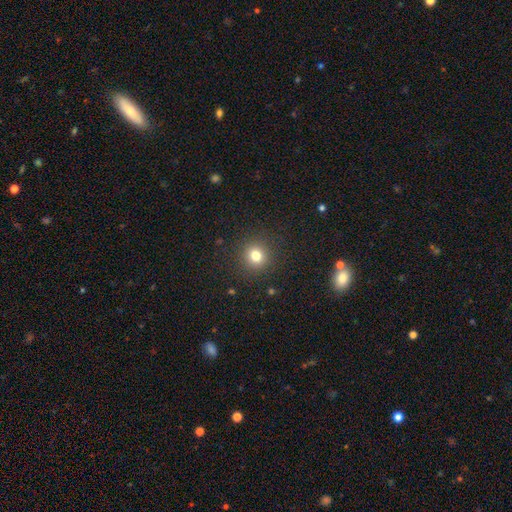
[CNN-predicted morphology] Smooth or featured? Predicted: smooth (p=0.78). How rounded? Predicted: round (p=0.92). Merging? Predicted: none (p=0.90).